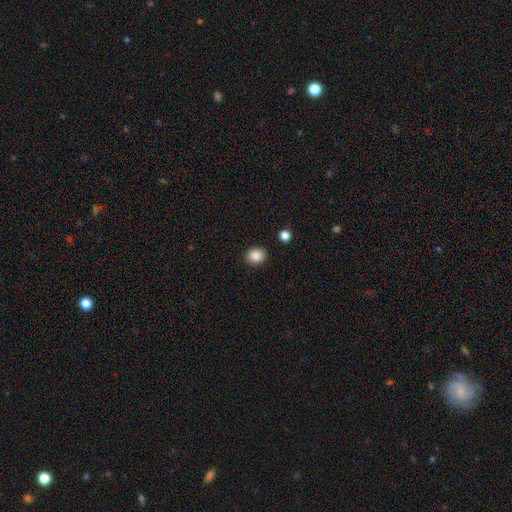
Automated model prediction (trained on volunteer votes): Q: Smooth or featured?
A: smooth (87%); runner-up: star or artifact (9%)
Q: How rounded?
A: round (64%); runner-up: in between (35%)
Q: Merging?
A: none (88%); runner-up: minor disturbance (8%)